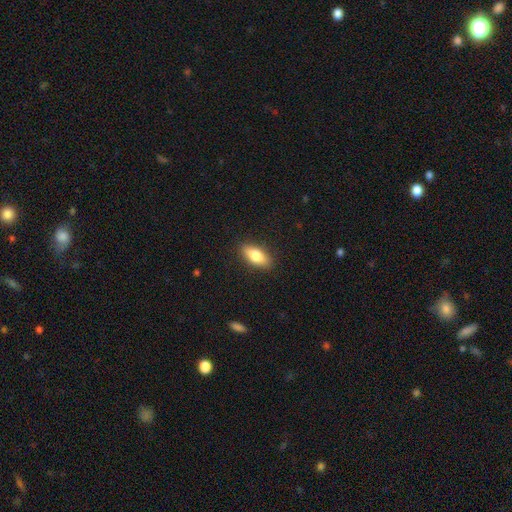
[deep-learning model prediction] Smooth or featured? smooth (78%)
How rounded? in between (81%)
Merging? none (88%)